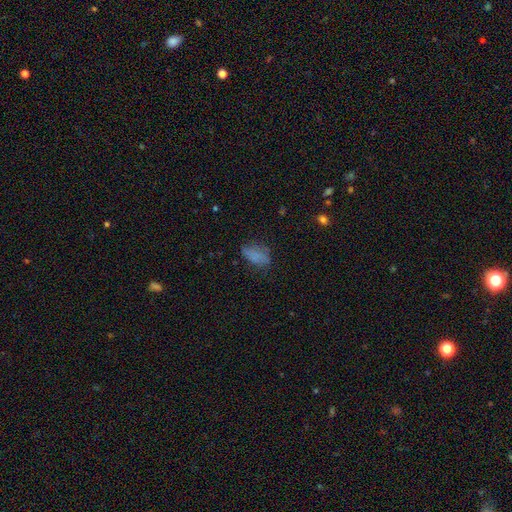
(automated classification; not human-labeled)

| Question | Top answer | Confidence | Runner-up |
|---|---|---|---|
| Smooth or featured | smooth | 74% | featured or disk (14%) |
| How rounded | in between | 87% | cigar-shaped (8%) |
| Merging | none | 57% | minor disturbance (27%) |